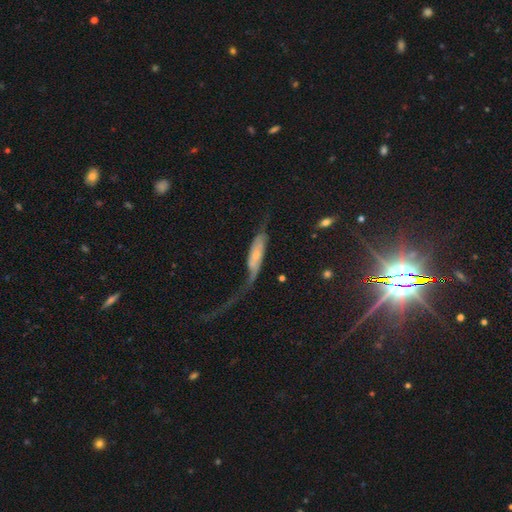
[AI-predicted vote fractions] Smooth or featured?
  - featured or disk: 56% *
  - smooth: 37%
  - star or artifact: 7%
Edge-on disk?
  - no: 71% *
  - yes: 29%
Merging?
  - major disturbance: 53% *
  - none: 25%
  - minor disturbance: 16%
  - merger: 7%